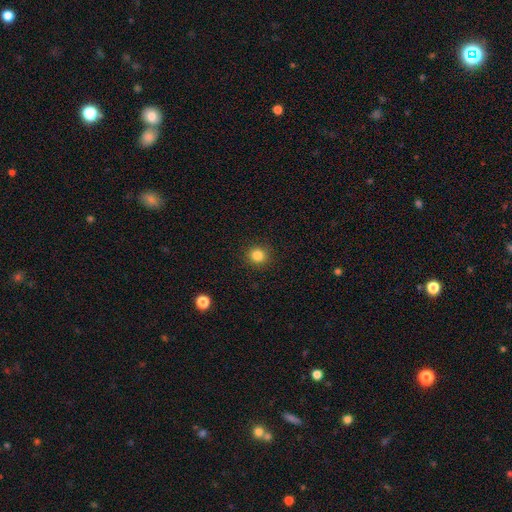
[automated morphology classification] Smooth or featured? smooth (84%)
How rounded? round (89%)
Merging? none (91%)